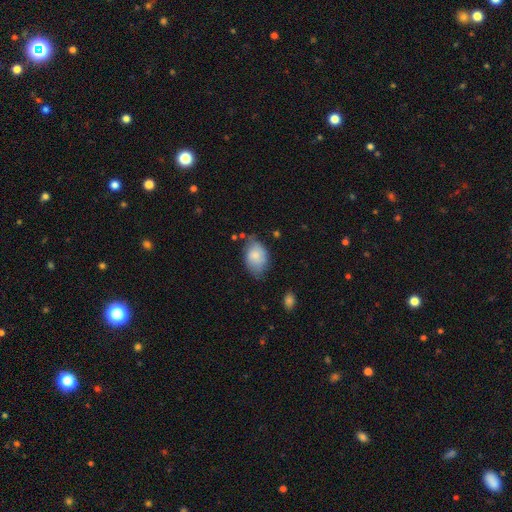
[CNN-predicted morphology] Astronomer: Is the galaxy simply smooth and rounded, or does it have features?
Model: smooth — 76%.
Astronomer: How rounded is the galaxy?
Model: in between — 84%.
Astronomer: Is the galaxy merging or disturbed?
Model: none — 55% (runner-up: minor disturbance, 34%).